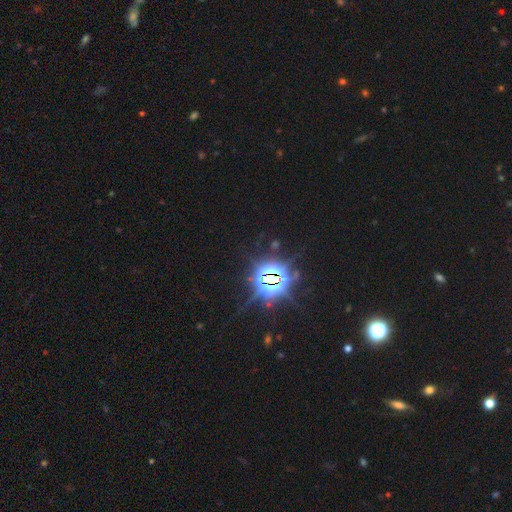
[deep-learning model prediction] smooth_or_featured: star or artifact (p=0.85) [alt: smooth p=0.09]